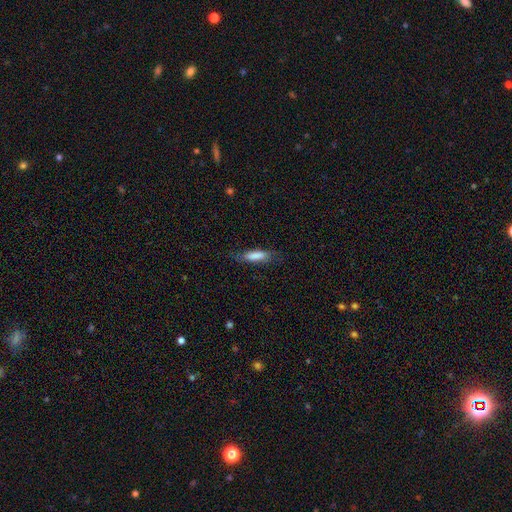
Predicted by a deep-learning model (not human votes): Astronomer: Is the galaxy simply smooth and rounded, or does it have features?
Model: smooth — 79%.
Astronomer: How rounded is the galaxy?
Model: cigar-shaped — 59% (runner-up: in between, 39%).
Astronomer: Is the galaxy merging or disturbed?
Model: none — 74%.